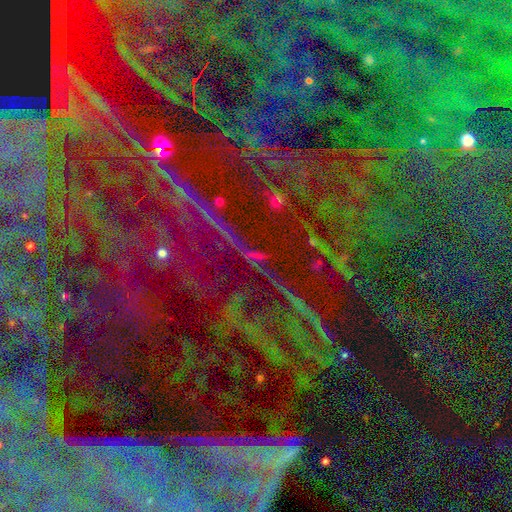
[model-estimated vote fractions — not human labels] star or artifact 82%, featured or disk 9%, smooth 9%.